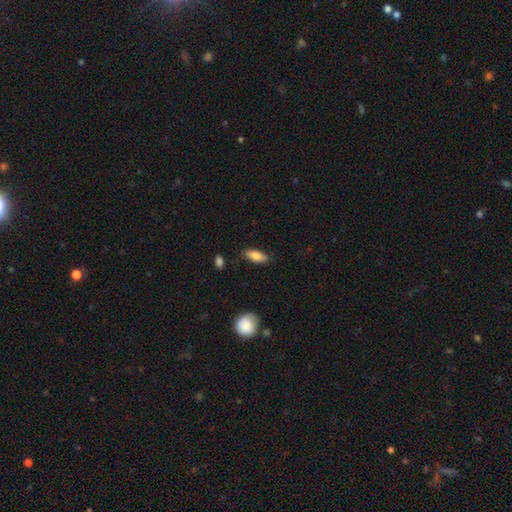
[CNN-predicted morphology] This is likely a smooth galaxy (79%). How rounded: likely in between (75%). Merging: clearly none (83%).